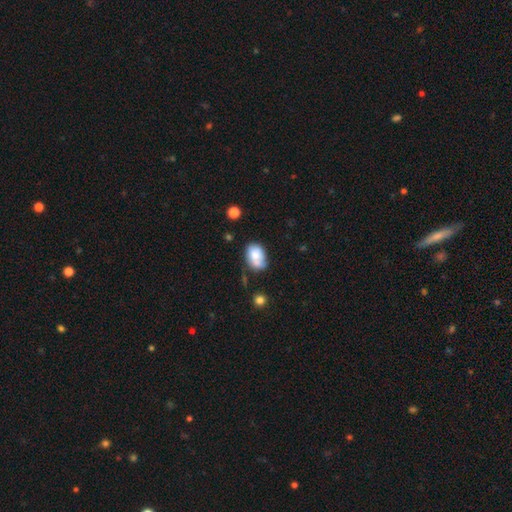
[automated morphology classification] smooth 69%, featured or disk 22%, star or artifact 8%. Down the decision tree: how rounded — in between (81%); merging — none (42%).